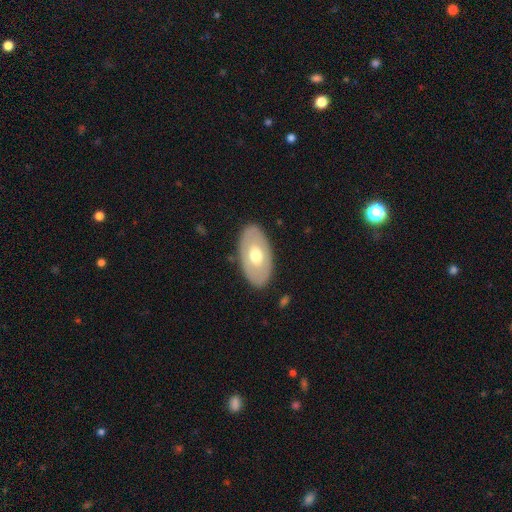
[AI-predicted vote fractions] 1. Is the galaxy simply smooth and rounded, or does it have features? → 50% smooth, 45% featured or disk, 5% star or artifact.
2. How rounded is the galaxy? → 92% in between, 6% round, 2% cigar-shaped.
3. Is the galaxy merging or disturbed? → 85% none, 10% minor disturbance, 3% major disturbance, 1% merger.